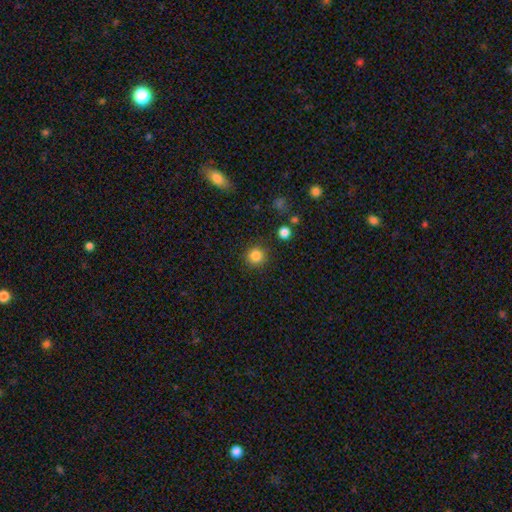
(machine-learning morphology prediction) The model was most divided on "smooth or featured": smooth: 85%, star or artifact: 11%, featured or disk: 4%. More confident: how rounded — round (95%); merging — none (90%).